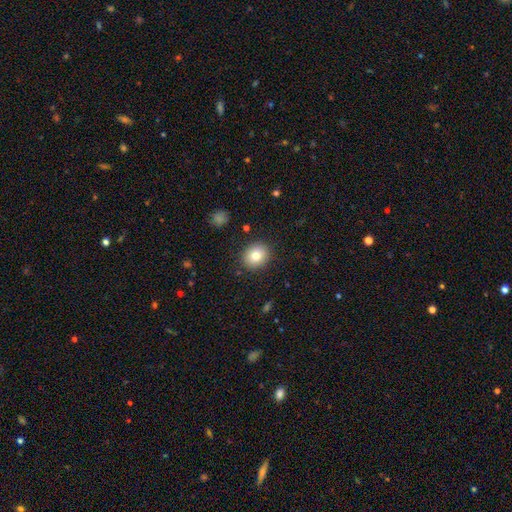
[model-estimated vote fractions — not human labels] Overall: smooth (81%). How rounded: round (64%; in between 35%). Merging: none (89%).